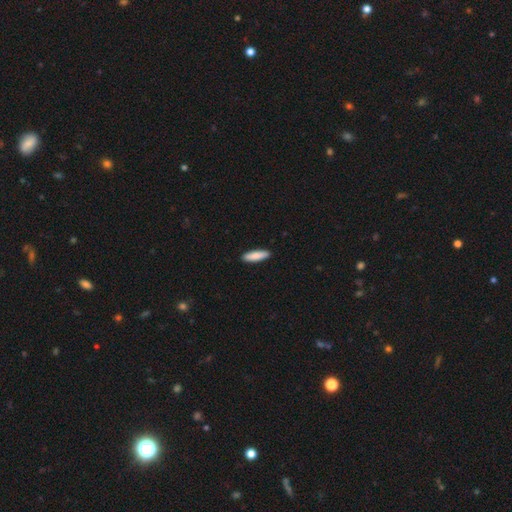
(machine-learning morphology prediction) This appears to be a smooth galaxy with no disk features (88%) that is cigar-shaped (64%). Merging: none (91%).